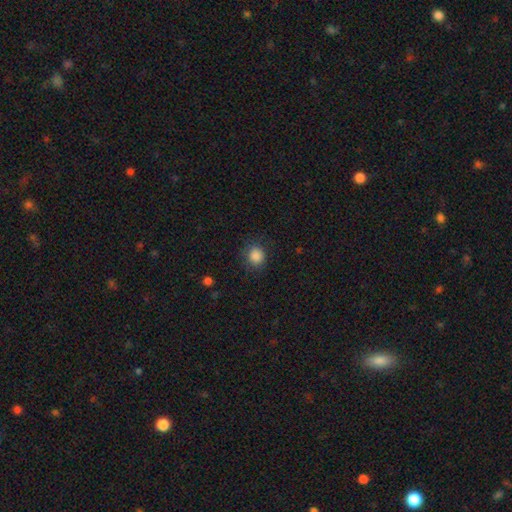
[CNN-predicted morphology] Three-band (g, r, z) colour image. It shows a smooth galaxy with no disk features (87%) that is round (80%). Merging: none (83%).